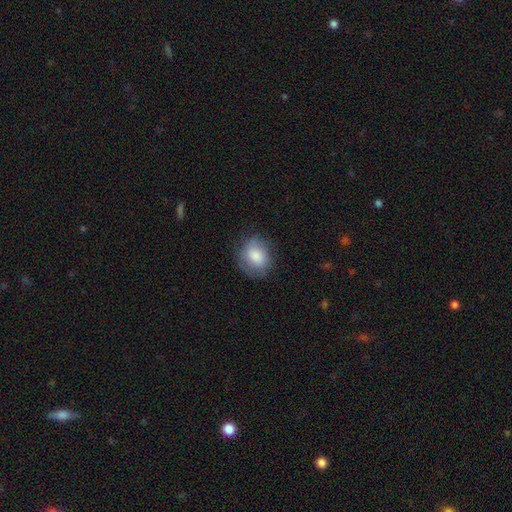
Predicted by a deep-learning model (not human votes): Morphology: type=smooth (83%); roundness=round (52%); merging=none (71%).